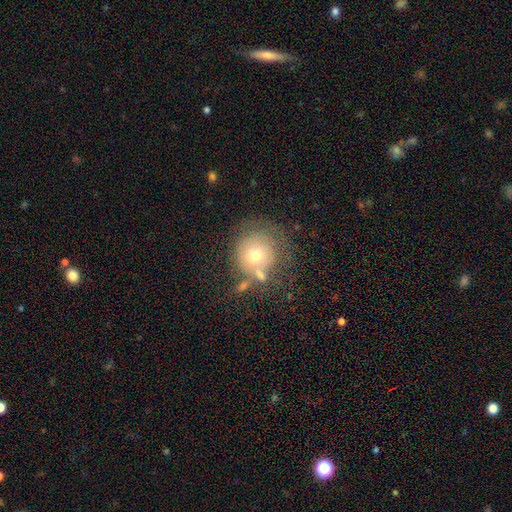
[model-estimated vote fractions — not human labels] smooth 58%, featured or disk 31%, star or artifact 11%. Down the decision tree: how rounded — round (90%); merging — none (50%).